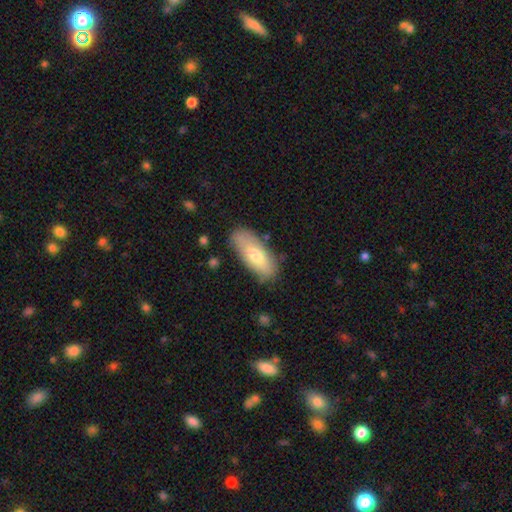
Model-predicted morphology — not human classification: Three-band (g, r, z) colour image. It shows a smooth galaxy with no disk features (69%) that is in between round and cigar-shaped (77%). Merging: none (78%).